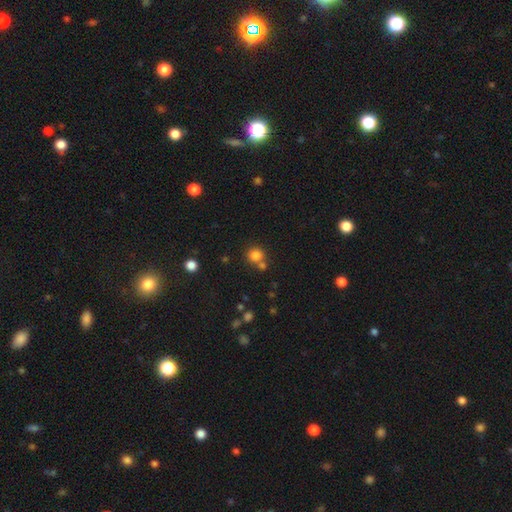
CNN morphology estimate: type=smooth (80%); roundness=round (90%); merging=none (65%).